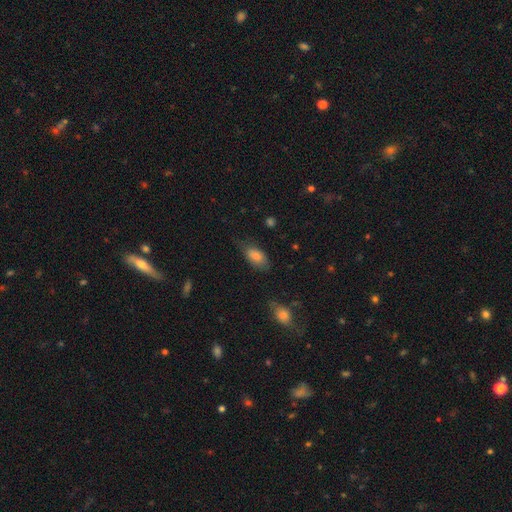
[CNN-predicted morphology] A smooth galaxy with no disk features (79%) that is in between round and cigar-shaped (90%). Merging: none (62%).